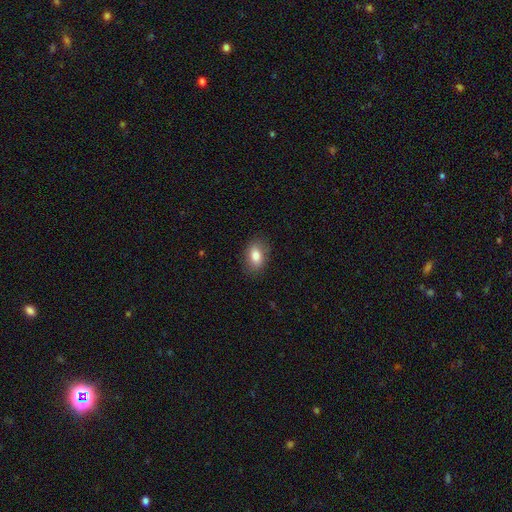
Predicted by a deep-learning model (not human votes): Smooth or featured: smooth — 83% (featured or disk — 9%)
How rounded: in between — 85% (round — 14%)
Merging: none — 84% (minor disturbance — 12%)